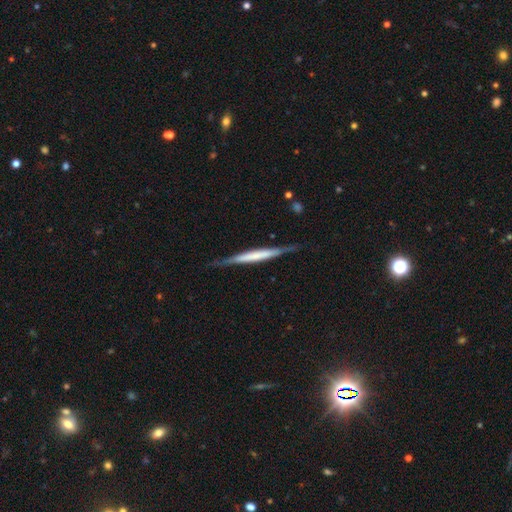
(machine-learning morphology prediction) Q: Smooth or featured?
A: featured or disk (59%); runner-up: smooth (36%)
Q: Edge-on disk?
A: yes (95%); runner-up: no (5%)
Q: Edge-on bulge?
A: none (56%); runner-up: boxy (27%)
Q: Merging?
A: none (80%); runner-up: minor disturbance (15%)